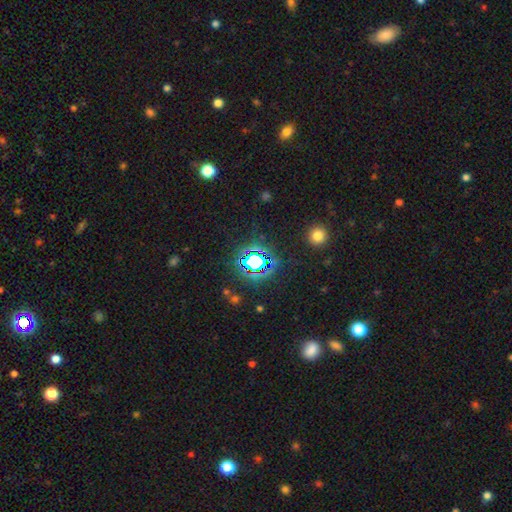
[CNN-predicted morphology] This is likely a star or artifact rather than a galaxy (78%).